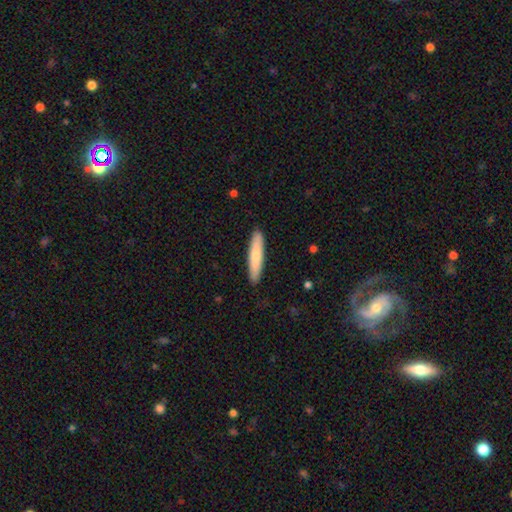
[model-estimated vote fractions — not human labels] This is likely a smooth galaxy (77%). How rounded: clearly cigar-shaped (89%). Merging: clearly none (90%).